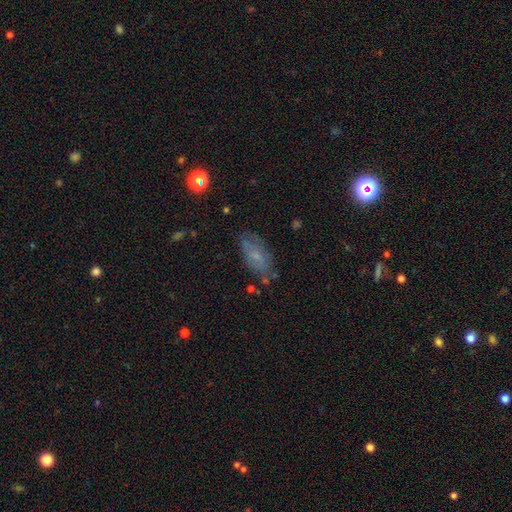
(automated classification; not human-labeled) Smooth or featured? smooth (58%)
How rounded? in between (87%)
Merging? none (68%)